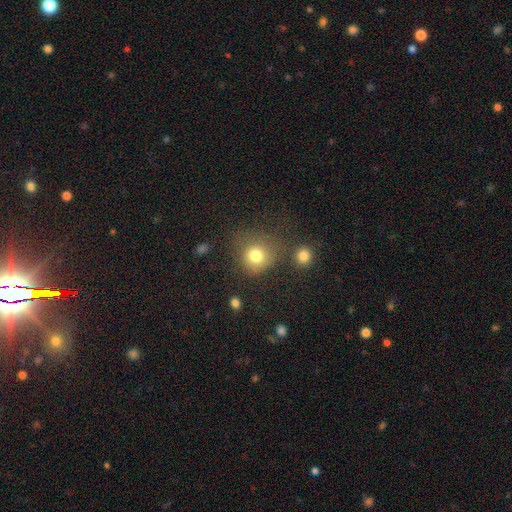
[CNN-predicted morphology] type=smooth (79%); roundness=round (84%); merging=none (59%).